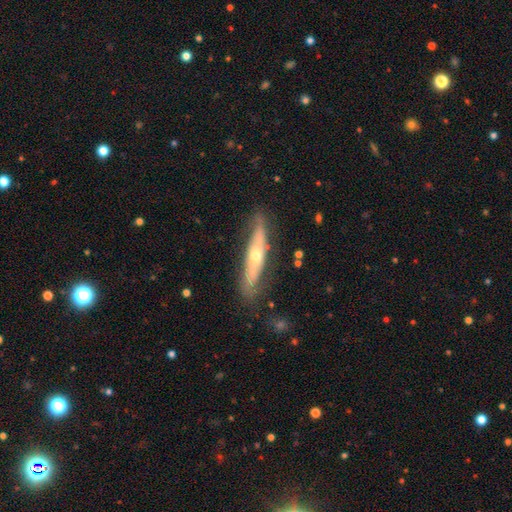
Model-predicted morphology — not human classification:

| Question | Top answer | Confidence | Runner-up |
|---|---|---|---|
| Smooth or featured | featured or disk | 65% | smooth (29%) |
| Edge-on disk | yes | 74% | no (26%) |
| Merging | none | 79% | minor disturbance (16%) |